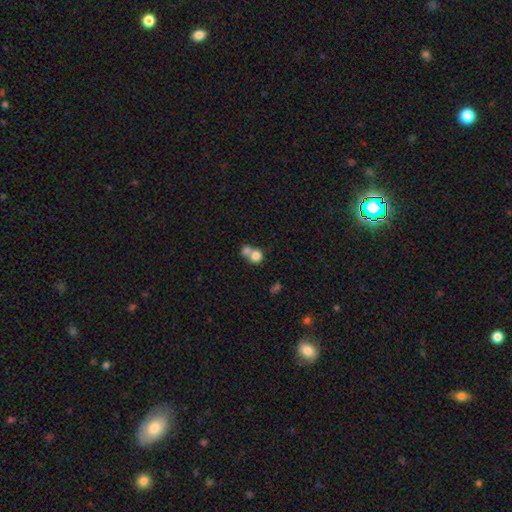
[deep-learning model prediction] Smooth or featured? smooth (77%)
How rounded? round (81%)
Merging? merger (61%)